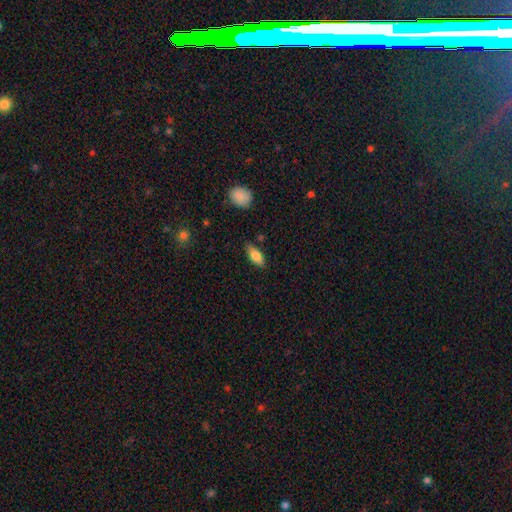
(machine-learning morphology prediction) smooth_or_featured: smooth (p=0.77) [alt: featured or disk p=0.16]
how_rounded: in between (p=0.80) [alt: cigar-shaped p=0.17]
merging: none (p=0.81) [alt: minor disturbance p=0.14]